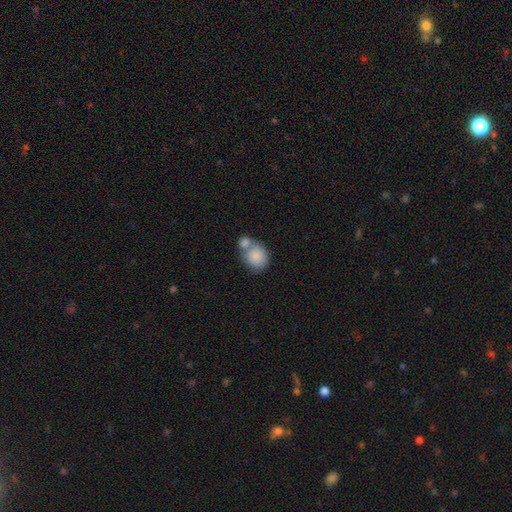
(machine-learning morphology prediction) Smooth or featured: smooth — 84% (featured or disk — 9%)
How rounded: round — 57% (in between — 42%)
Merging: merger — 52% (none — 33%)